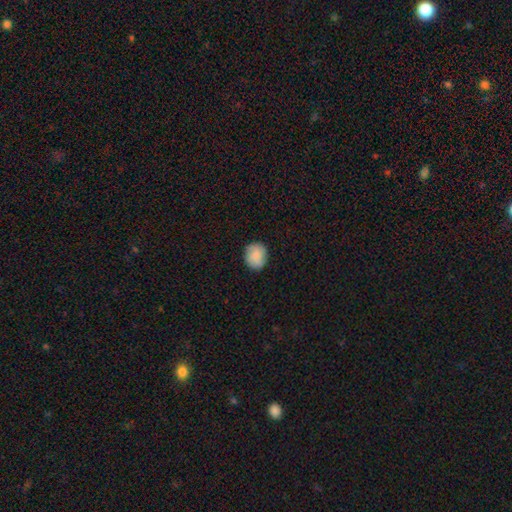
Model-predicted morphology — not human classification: A smooth galaxy with no disk features (82%) that is round (76%). Merging: none (83%).